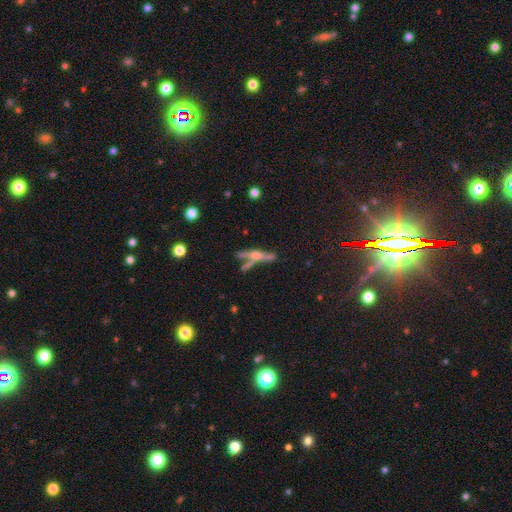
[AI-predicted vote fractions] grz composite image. It shows a featured or disk galaxy (60%) viewed edge-on (88%) with a rounded central bulge (81%). Merging: none (53%).